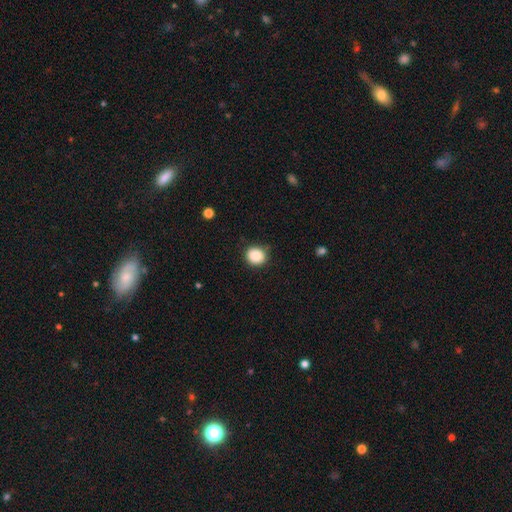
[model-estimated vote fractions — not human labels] The model was most divided on "how rounded": round: 83%, in between: 16%, cigar-shaped: 1%. More confident: smooth or featured — smooth (87%); merging — none (85%).